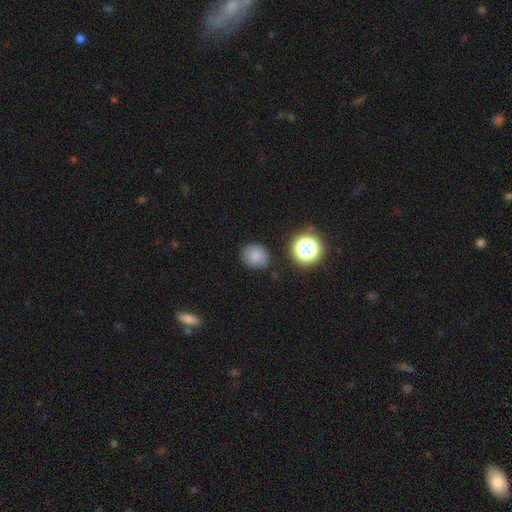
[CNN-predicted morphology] A smooth galaxy with no disk features (79%) that is round (68%). Merging: none (79%).